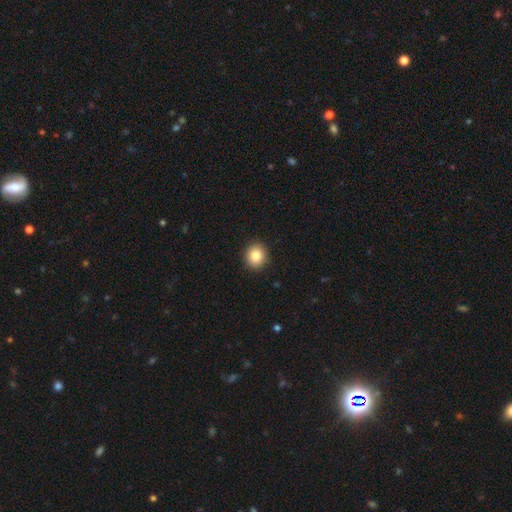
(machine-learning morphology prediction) Smooth or featured: smooth — 85% (star or artifact — 9%)
How rounded: round — 80% (in between — 19%)
Merging: none — 91% (minor disturbance — 6%)